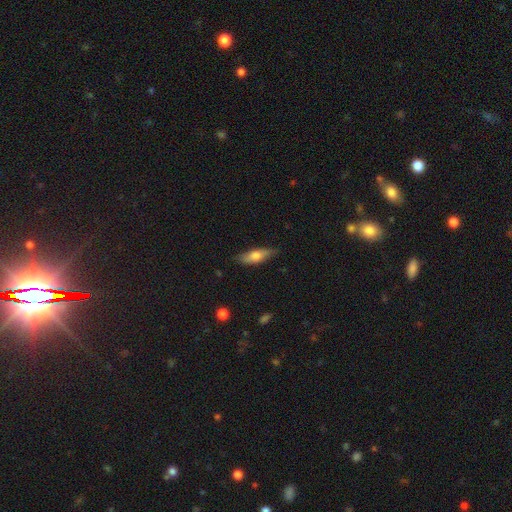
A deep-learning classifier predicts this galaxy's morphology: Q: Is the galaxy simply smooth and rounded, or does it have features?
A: smooth — 63%.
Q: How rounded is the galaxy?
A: in between — 53%.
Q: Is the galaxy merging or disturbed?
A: none — 80%.